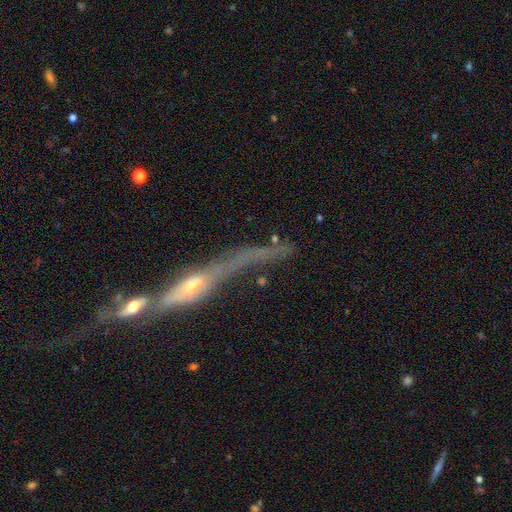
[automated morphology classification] Smooth or featured? featured or disk (75%)
Edge-on disk? yes (67%)
Edge-on bulge? rounded (81%)
Merging? merger (40%)